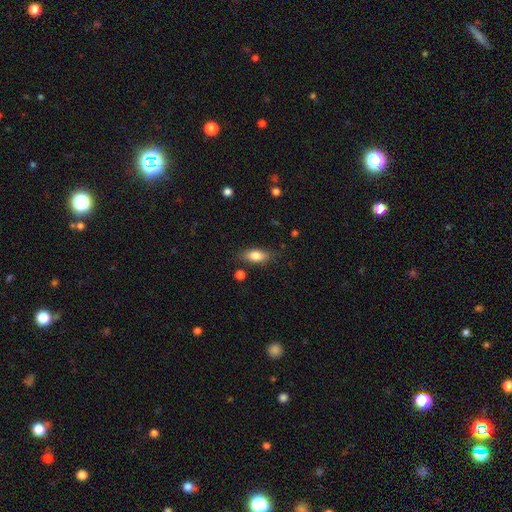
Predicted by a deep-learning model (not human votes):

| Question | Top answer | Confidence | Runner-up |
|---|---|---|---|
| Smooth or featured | smooth | 81% | featured or disk (12%) |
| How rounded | in between | 83% | cigar-shaped (14%) |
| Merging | none | 81% | minor disturbance (14%) |